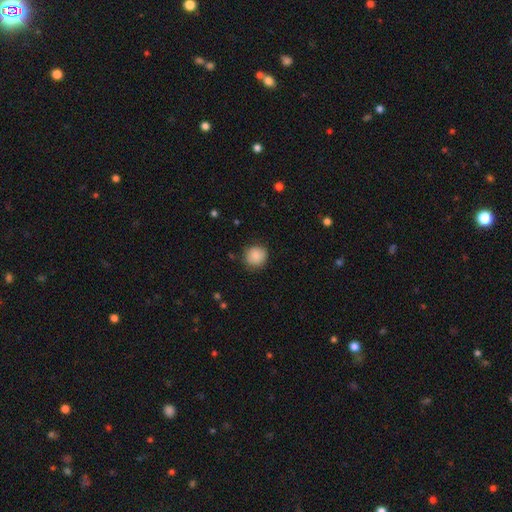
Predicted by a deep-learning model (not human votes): Smooth or featured? Predicted: smooth (p=0.87). How rounded? Predicted: round (p=0.89). Merging? Predicted: none (p=0.83).